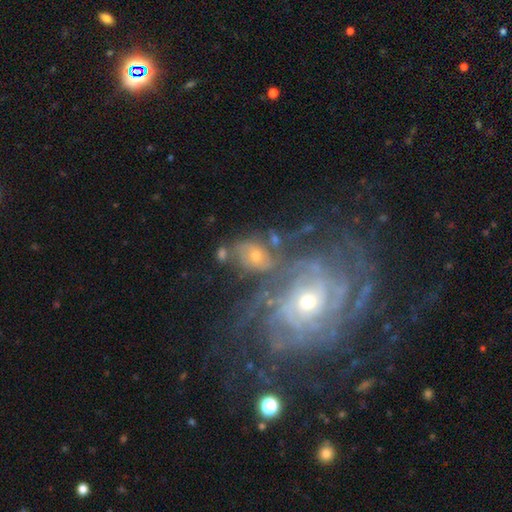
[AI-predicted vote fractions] Smooth or featured? featured or disk (68%)
Edge-on disk? no (96%)
Bar? no (69%)
Spiral arms? yes (86%)
Spiral winding? tight (64%)
Spiral arm count? can't tell (41%)
Bulge size? moderate (53%)
Merging? none (43%)